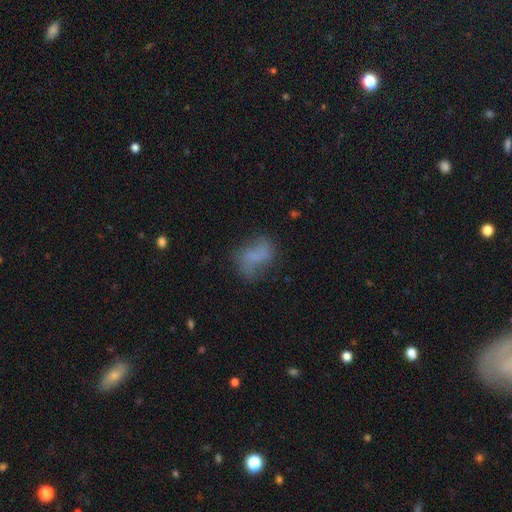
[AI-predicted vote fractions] The model was most divided on "merging": none: 51%, minor disturbance: 26%, major disturbance: 19%, merger: 4%. More confident: how rounded — in between (80%); smooth or featured — smooth (57%).